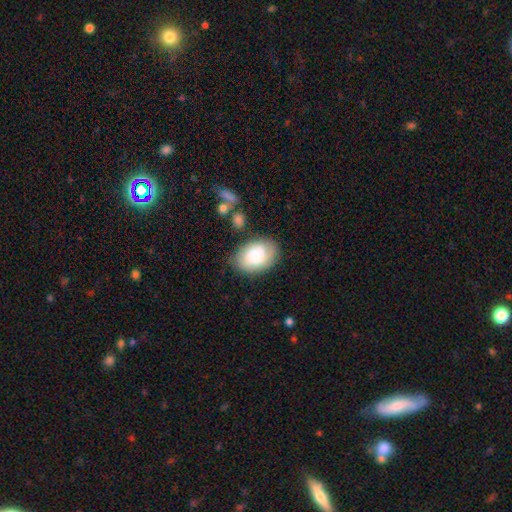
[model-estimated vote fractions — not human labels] Overall: smooth (72%). How rounded: in between (80%). Merging: none (69%).